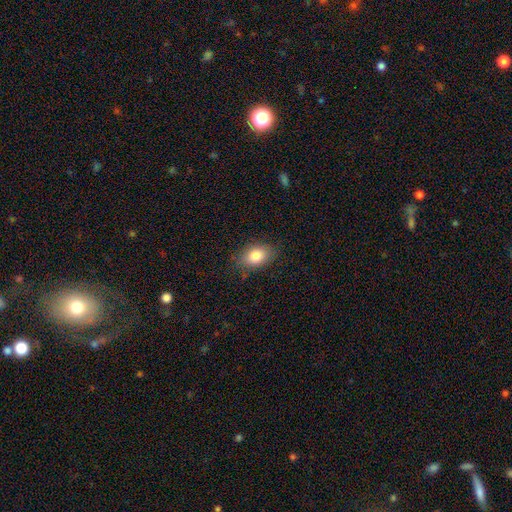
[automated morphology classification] type=smooth (82%); roundness=in between (81%); merging=none (80%).